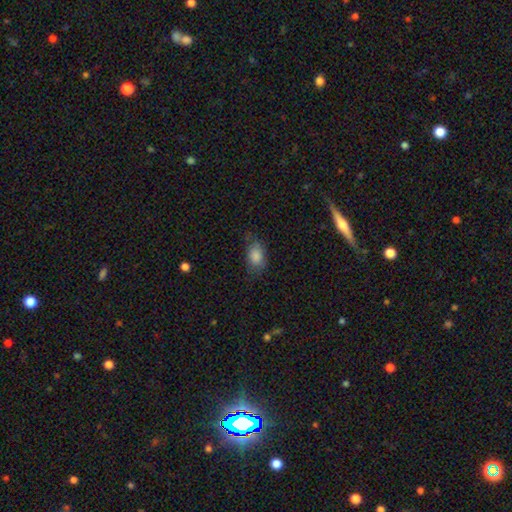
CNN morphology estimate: Smooth or featured? smooth (81%)
How rounded? in between (85%)
Merging? none (67%)